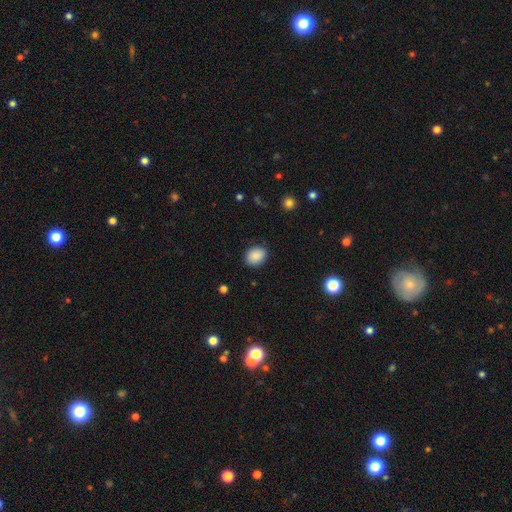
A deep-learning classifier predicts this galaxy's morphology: Smooth or featured: smooth — 88% (star or artifact — 8%)
How rounded: in between — 52% (round — 47%)
Merging: none — 87% (minor disturbance — 10%)